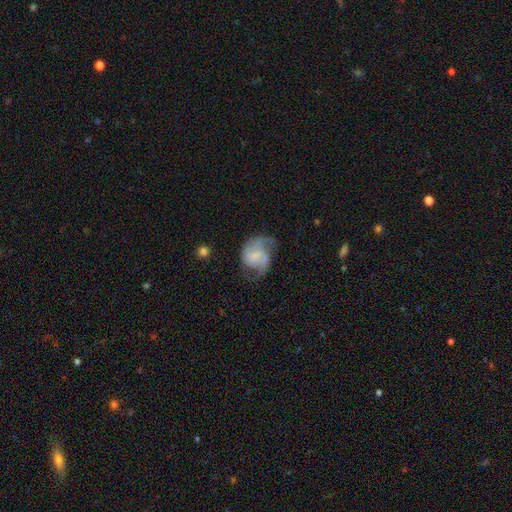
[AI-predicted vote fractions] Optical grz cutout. It shows a featured or disk galaxy (68%) with no bar (54%), 2 (71%) medium (46%) spiral arms (88%) and a small central bulge (38%). Merging: none (43%).